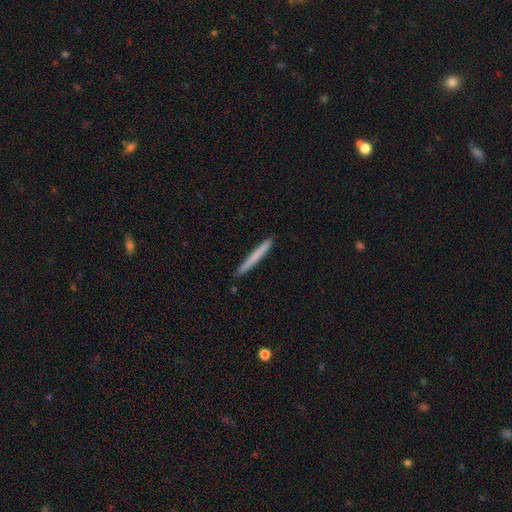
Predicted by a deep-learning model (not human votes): A smooth galaxy with no disk features (68%) that is cigar-shaped (97%). Merging: none (92%).